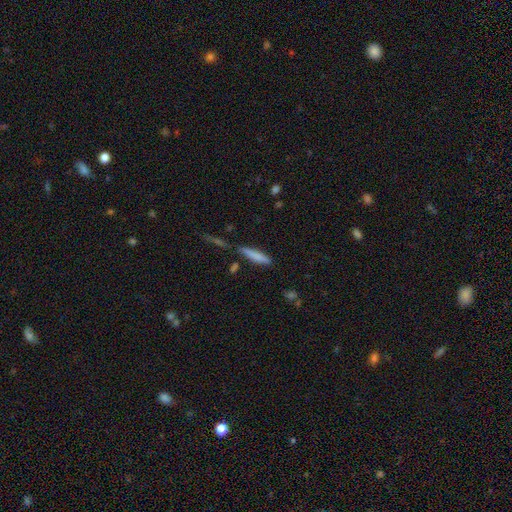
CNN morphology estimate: type=smooth (79%); roundness=cigar-shaped (85%); merging=none (75%).